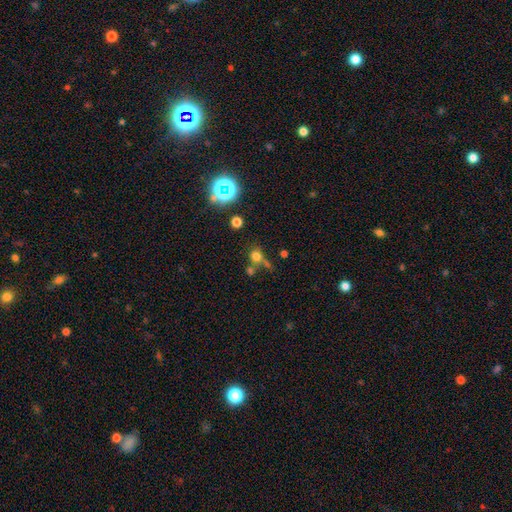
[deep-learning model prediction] Morphology: type=smooth (67%); roundness=round (83%); merging=none (56%).